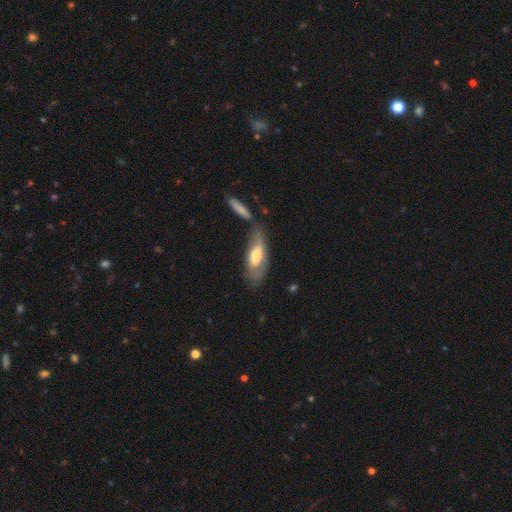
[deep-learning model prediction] The model was most divided on "smooth or featured": smooth: 54%, featured or disk: 41%, star or artifact: 6%. More confident: how rounded — in between (68%); merging — none (51%).